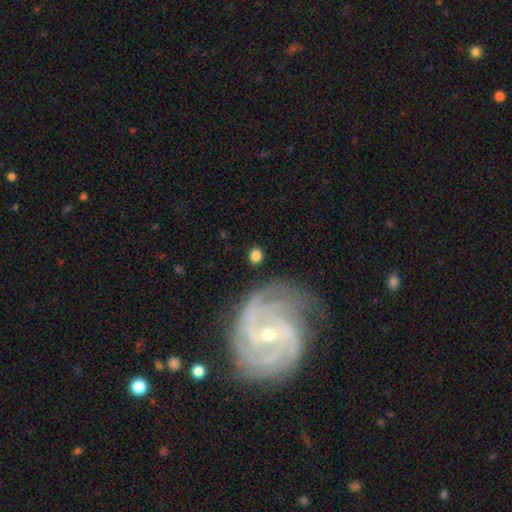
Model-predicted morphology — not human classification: This appears to be a smooth galaxy with no disk features (79%) that is round (68%). Merging: none (84%).